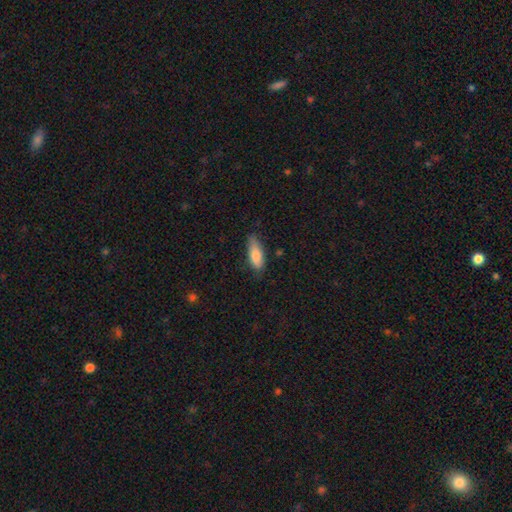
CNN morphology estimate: A smooth galaxy with no disk features (82%) that is in between round and cigar-shaped (66%).

Vote fractions:
- Smooth or featured? smooth: 82% / featured or disk: 12% / star or artifact: 6%
- How rounded? in between: 66% / cigar-shaped: 32% / round: 2%
- Merging? none: 74% / minor disturbance: 21% / major disturbance: 3% / merger: 1%